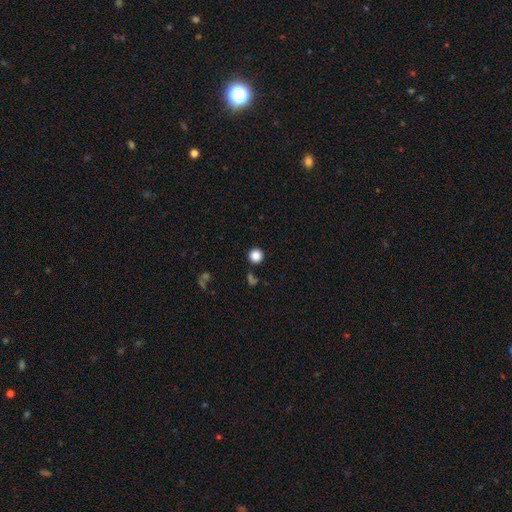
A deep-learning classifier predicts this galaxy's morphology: This appears to be a smooth galaxy with no disk features (85%) that is round (95%). Merging: none (89%).